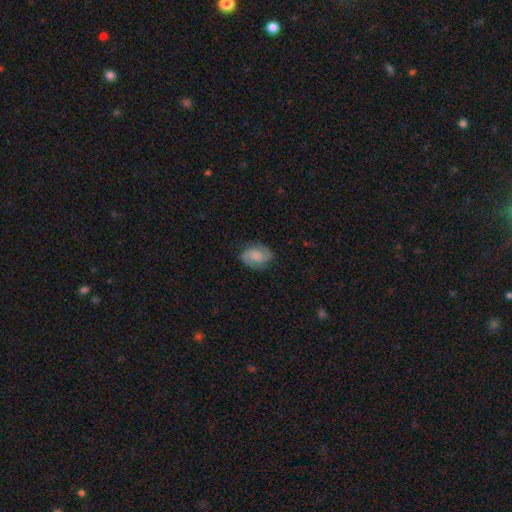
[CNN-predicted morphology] This is possibly a featured or disk galaxy (56%). It is clearly not viewed edge-on (97%). Bar: possibly no (55%). Spiral arm pattern: clearly yes (91%). Central bulge: marginally none (35%). Merging: likely none (77%).